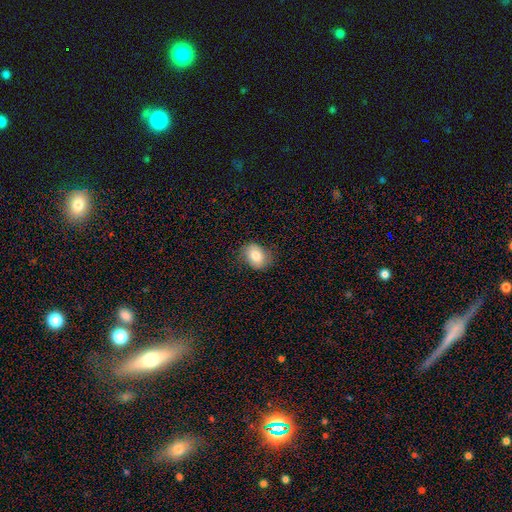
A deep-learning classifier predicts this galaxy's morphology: This is clearly a smooth galaxy (80%). How rounded: likely in between (66%). Merging: likely none (78%).